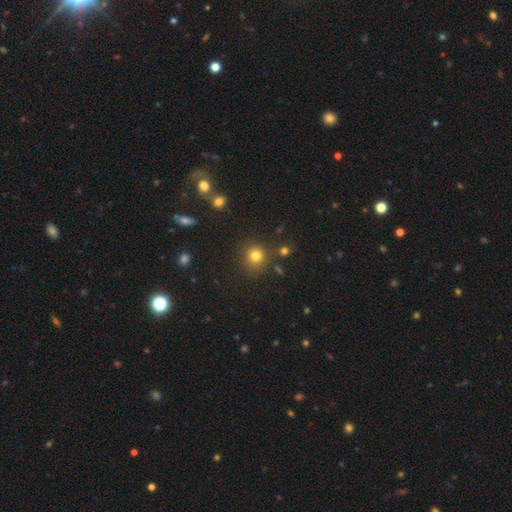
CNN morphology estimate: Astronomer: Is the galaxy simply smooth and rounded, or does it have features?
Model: smooth — 78%.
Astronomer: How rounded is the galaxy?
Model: round — 90%.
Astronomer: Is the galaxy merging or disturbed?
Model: none — 80%.